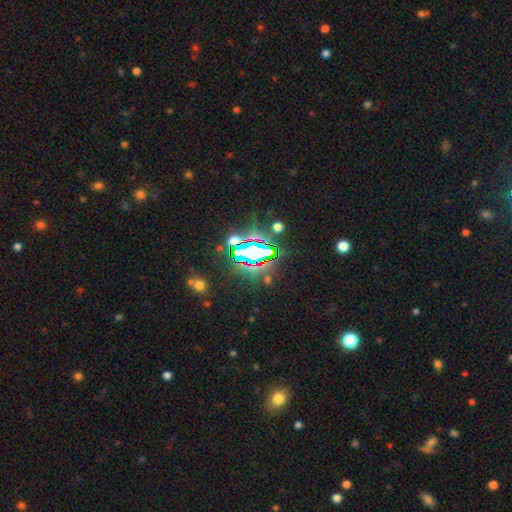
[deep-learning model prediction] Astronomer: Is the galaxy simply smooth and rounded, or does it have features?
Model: star or artifact — 75%.